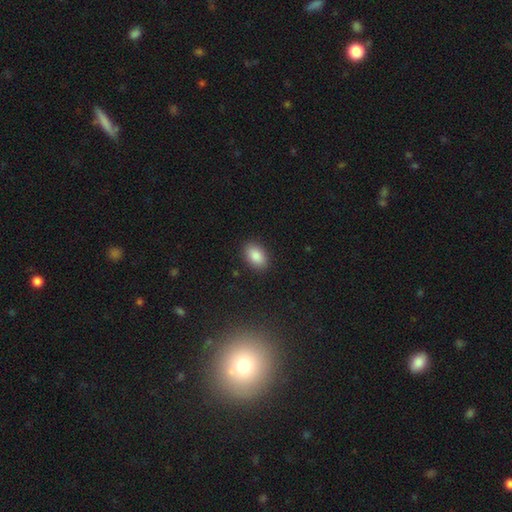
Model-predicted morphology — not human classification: smooth_or_featured: smooth (p=0.87) [alt: star or artifact p=0.08]
how_rounded: in between (p=0.90) [alt: round p=0.08]
merging: none (p=0.88) [alt: minor disturbance p=0.08]